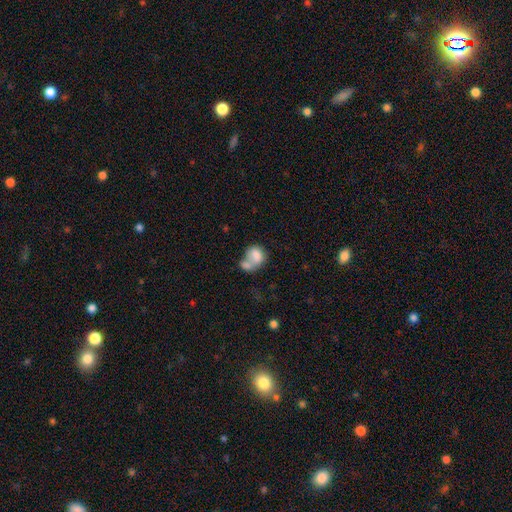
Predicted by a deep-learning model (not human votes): A smooth galaxy with no disk features (75%) that is in between round and cigar-shaped (61%).

Vote fractions:
- Smooth or featured? smooth: 75% / featured or disk: 17% / star or artifact: 8%
- How rounded? in between: 61% / round: 38% / cigar-shaped: 1%
- Merging? merger: 65% / none: 18% / minor disturbance: 9% / major disturbance: 8%